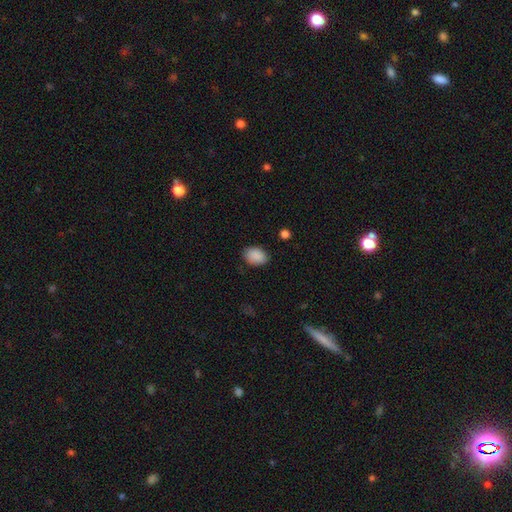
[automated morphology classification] smooth_or_featured: smooth (p=0.90) [alt: star or artifact p=0.08]
how_rounded: in between (p=0.79) [alt: round p=0.20]
merging: none (p=0.84) [alt: minor disturbance p=0.12]